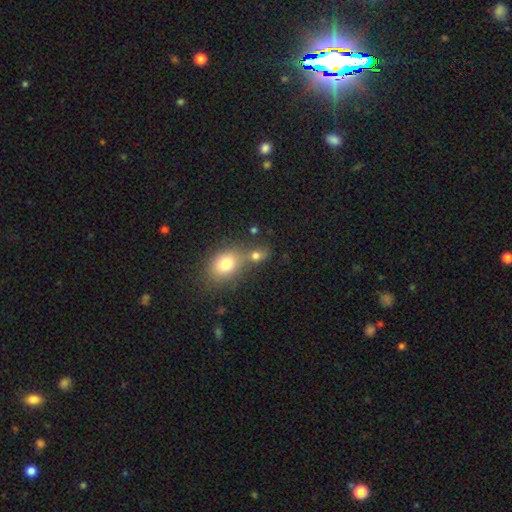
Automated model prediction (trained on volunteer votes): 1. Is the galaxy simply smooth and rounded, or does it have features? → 76% smooth, 14% star or artifact, 10% featured or disk.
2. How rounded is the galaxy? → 50% in between, 48% round, 2% cigar-shaped.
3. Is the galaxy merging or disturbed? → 44% merger, 41% none, 9% minor disturbance, 5% major disturbance.